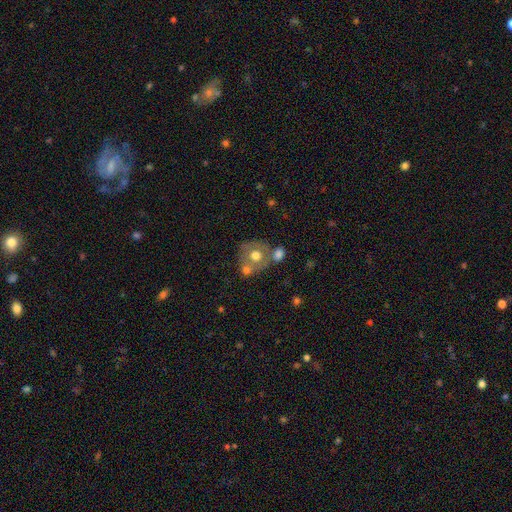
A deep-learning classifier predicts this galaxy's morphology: Smooth or featured? Predicted: smooth (p=0.58). How rounded? Predicted: round (p=0.79). Merging? Predicted: none (p=0.45).